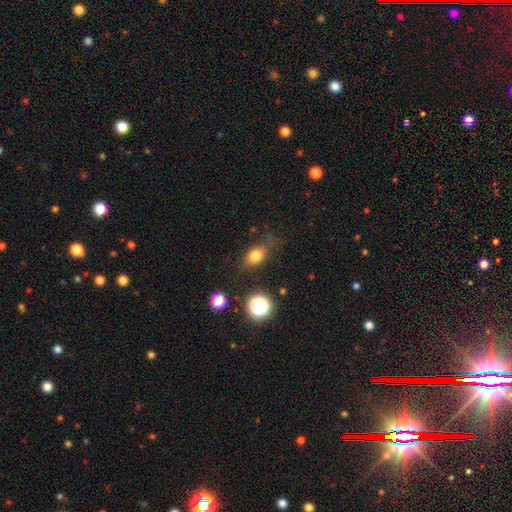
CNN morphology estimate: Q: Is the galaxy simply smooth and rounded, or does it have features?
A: smooth — 78%.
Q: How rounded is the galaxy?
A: in between — 74%.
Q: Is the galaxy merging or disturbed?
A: none — 72%.